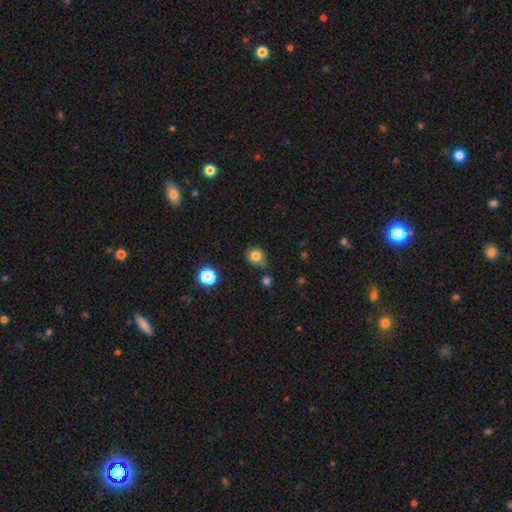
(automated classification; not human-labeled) Smooth or featured: smooth — 81% (star or artifact — 12%)
How rounded: round — 78% (in between — 21%)
Merging: none — 61% (minor disturbance — 25%)